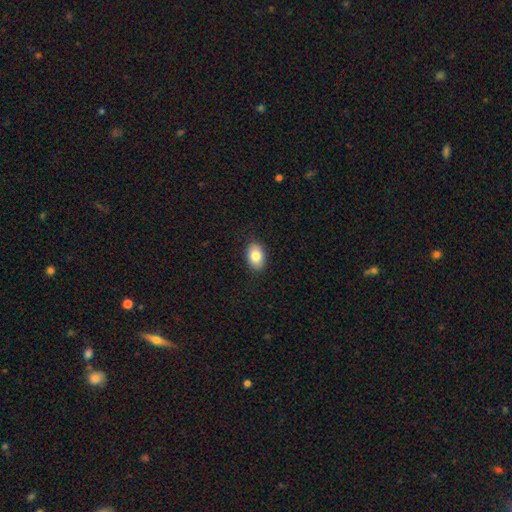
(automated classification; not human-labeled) A smooth galaxy with no disk features (84%) that is in between round and cigar-shaped (86%).

Vote fractions:
- Smooth or featured? smooth: 84% / featured or disk: 9% / star or artifact: 8%
- How rounded? in between: 86% / round: 13% / cigar-shaped: 1%
- Merging? none: 88% / minor disturbance: 9% / major disturbance: 2% / merger: 1%